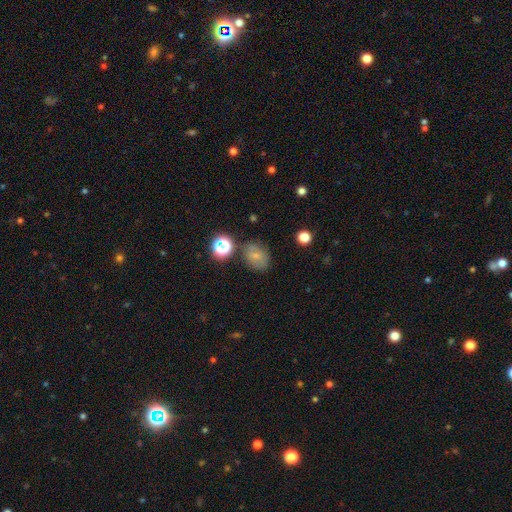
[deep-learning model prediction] The model was most divided on "how rounded": in between: 56%, round: 43%, cigar-shaped: 1%. More confident: merging — none (72%); smooth or featured — smooth (67%).